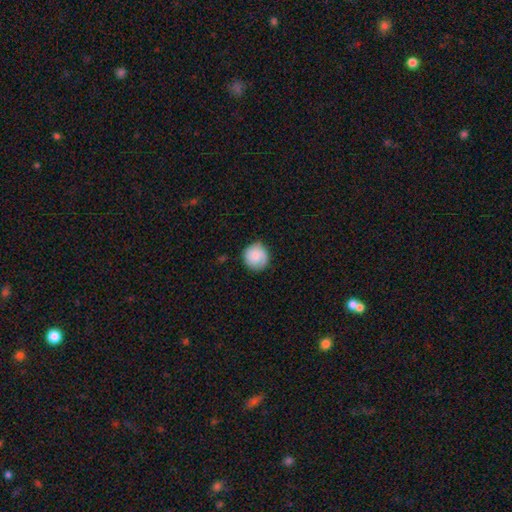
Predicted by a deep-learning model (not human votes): A smooth galaxy with no disk features (79%) that is round (93%).

Vote fractions:
- Smooth or featured? smooth: 79% / featured or disk: 14% / star or artifact: 7%
- How rounded? round: 93% / in between: 7% / cigar-shaped: 1%
- Merging? none: 82% / minor disturbance: 13% / major disturbance: 3% / merger: 1%